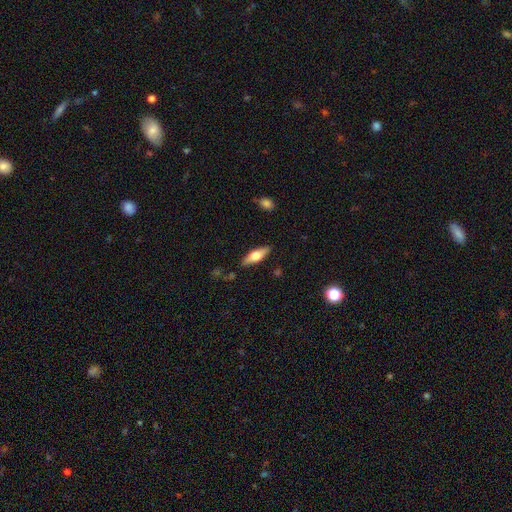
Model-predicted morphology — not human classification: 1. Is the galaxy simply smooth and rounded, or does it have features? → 51% smooth, 43% featured or disk, 6% star or artifact.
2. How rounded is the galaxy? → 52% in between, 45% cigar-shaped, 3% round.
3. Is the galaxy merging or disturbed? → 86% none, 10% minor disturbance, 2% major disturbance, 2% merger.